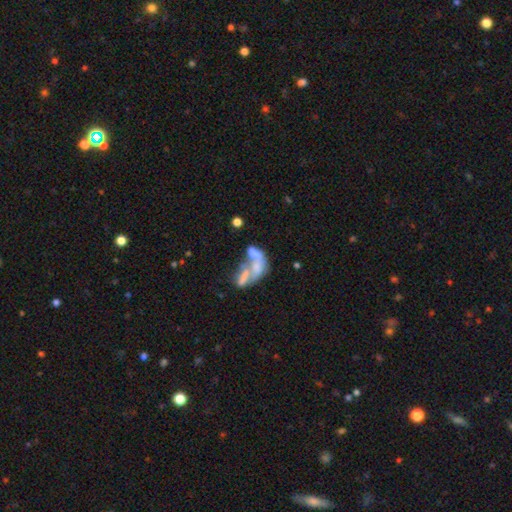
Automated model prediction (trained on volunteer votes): Smooth or featured?
  - featured or disk: 50% *
  - smooth: 39%
  - star or artifact: 12%
Merging?
  - merger: 66% *
  - major disturbance: 17%
  - none: 11%
  - minor disturbance: 7%